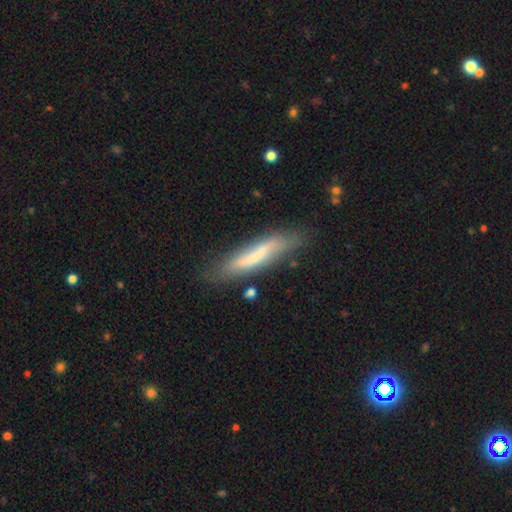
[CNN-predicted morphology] type=smooth (54%); roundness=cigar-shaped (83%); merging=none (68%).